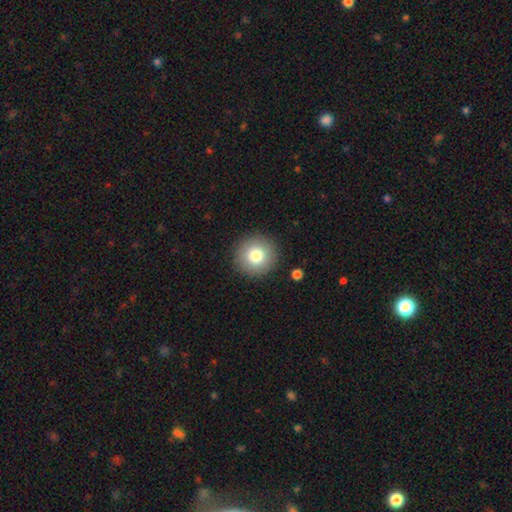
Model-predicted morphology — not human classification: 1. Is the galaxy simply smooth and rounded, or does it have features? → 80% smooth, 11% featured or disk, 10% star or artifact.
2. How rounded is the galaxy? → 95% round, 4% in between, 1% cigar-shaped.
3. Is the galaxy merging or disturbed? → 90% none, 6% minor disturbance, 2% major disturbance, 2% merger.